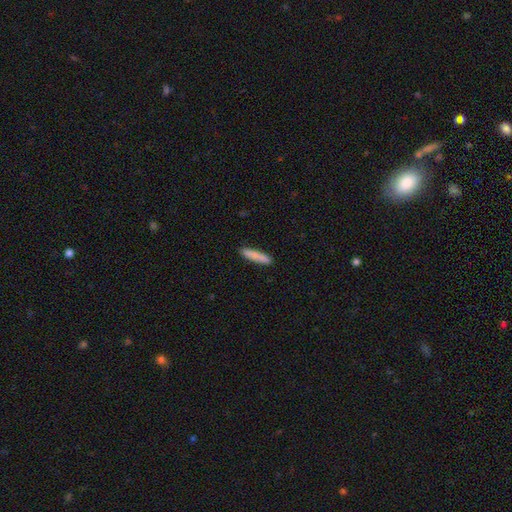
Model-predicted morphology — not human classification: type=smooth (84%); roundness=cigar-shaped (90%); merging=none (89%).